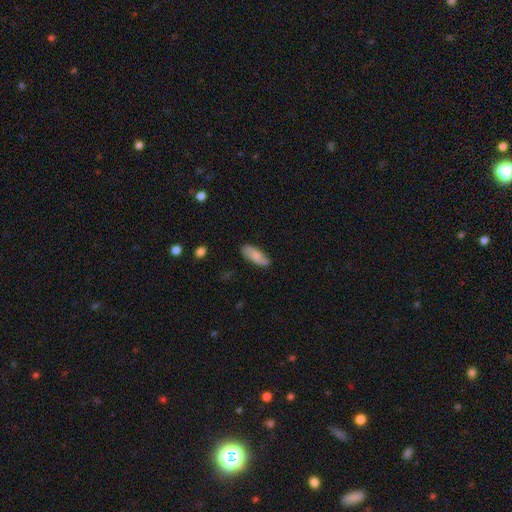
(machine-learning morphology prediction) smooth_or_featured: smooth (p=0.74) [alt: featured or disk p=0.20]
how_rounded: in between (p=0.72) [alt: cigar-shaped p=0.26]
merging: none (p=0.79) [alt: minor disturbance p=0.16]